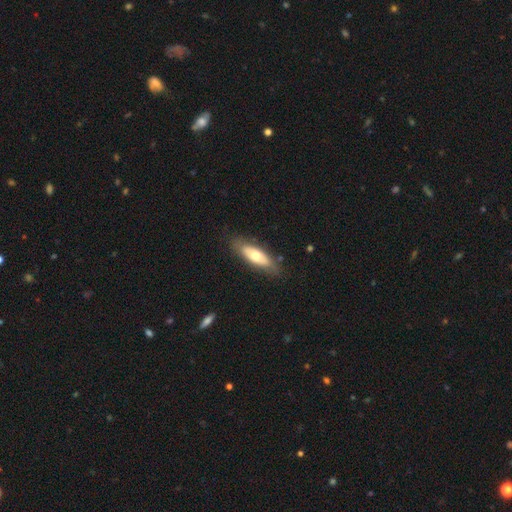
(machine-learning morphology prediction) Overall: smooth (57%; featured or disk 37%). How rounded: in between (63%; cigar-shaped 35%). Merging: none (80%).